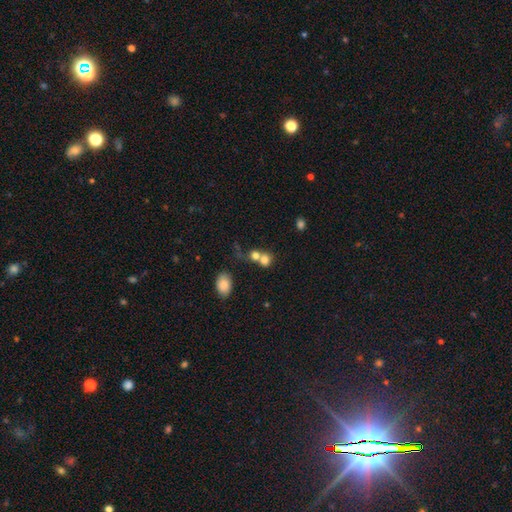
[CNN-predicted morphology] smooth_or_featured: smooth (p=0.75) [alt: star or artifact p=0.12]
how_rounded: round (p=0.75) [alt: in between p=0.24]
merging: merger (p=0.56) [alt: none p=0.32]